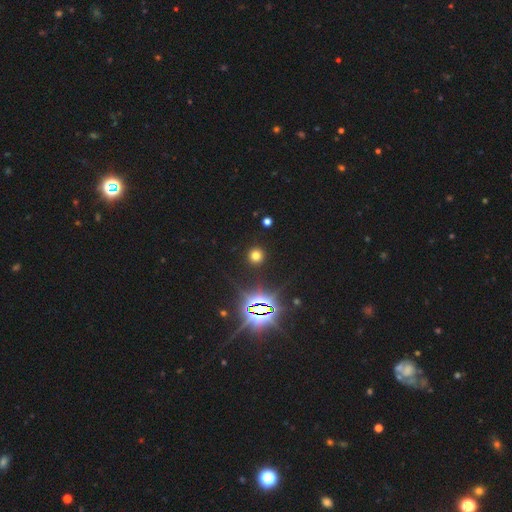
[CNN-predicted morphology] The model was most divided on "smooth or featured": smooth: 64%, star or artifact: 29%, featured or disk: 7%. More confident: how rounded — round (92%); merging — none (91%).